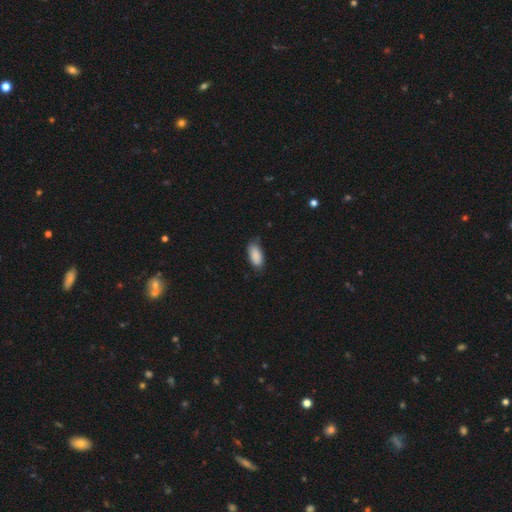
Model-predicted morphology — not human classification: Smooth or featured? Predicted: smooth (p=0.89). How rounded? Predicted: in between (p=0.90). Merging? Predicted: none (p=0.73).